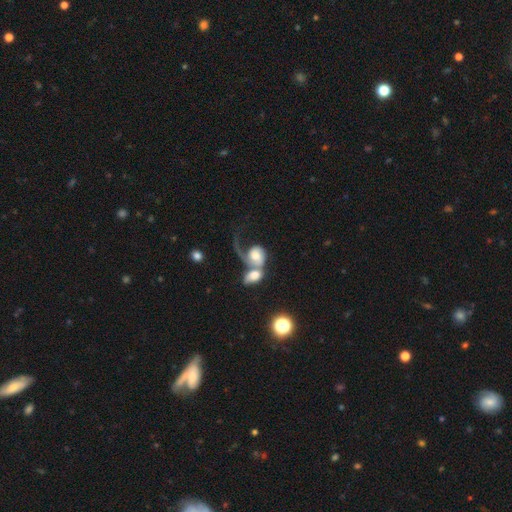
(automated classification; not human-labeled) Overall: featured or disk (54%; smooth 38%). Edge-on disk: no (96%). Bar: no (70%). Spiral arms: yes (80%). Bulge size: moderate (34%; large 30%). Merging: merger (69%).